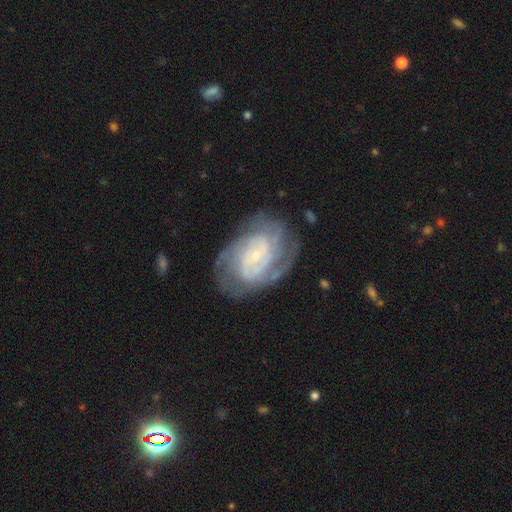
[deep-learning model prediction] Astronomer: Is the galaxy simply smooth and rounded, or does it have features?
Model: featured or disk — 84%.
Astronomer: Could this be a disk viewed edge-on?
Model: no — 97%.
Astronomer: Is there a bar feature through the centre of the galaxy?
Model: no — 61%.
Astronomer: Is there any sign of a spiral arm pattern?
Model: yes — 94%.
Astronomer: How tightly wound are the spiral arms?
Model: tight — 63%.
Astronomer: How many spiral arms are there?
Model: can't tell — 34% (runner-up: 2, 23%).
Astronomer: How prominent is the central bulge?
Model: small — 81%.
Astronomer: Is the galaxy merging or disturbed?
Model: none — 71%.